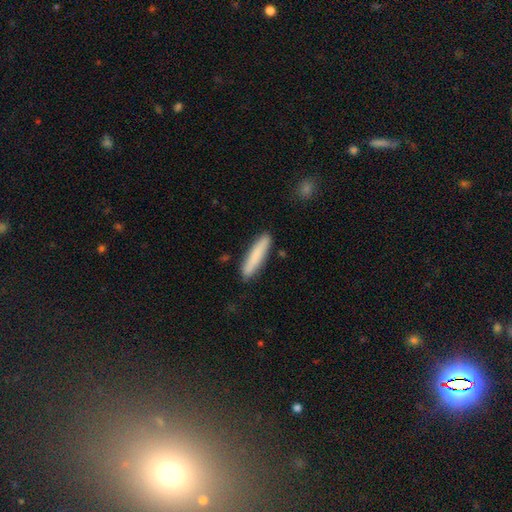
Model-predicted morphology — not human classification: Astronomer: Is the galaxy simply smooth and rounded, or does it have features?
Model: smooth — 81%.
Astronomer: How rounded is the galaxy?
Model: cigar-shaped — 90%.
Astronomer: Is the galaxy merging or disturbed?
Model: none — 88%.